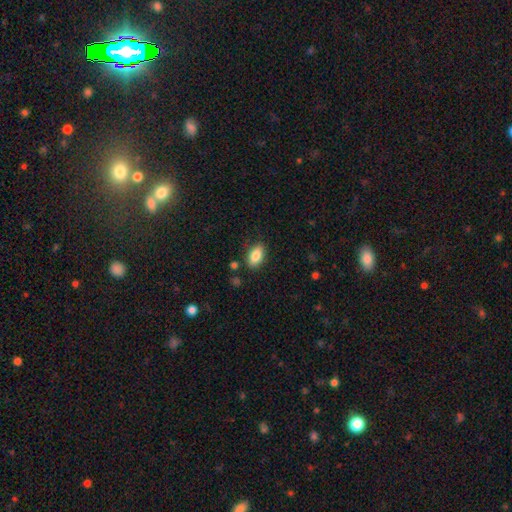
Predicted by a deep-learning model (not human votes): This is clearly a smooth galaxy (84%). How rounded: clearly in between (90%). Merging: clearly none (83%).